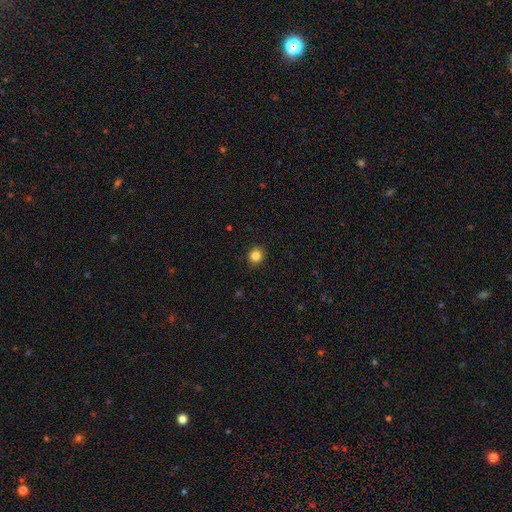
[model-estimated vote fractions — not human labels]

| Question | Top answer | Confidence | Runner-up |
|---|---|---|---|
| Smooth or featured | smooth | 85% | star or artifact (11%) |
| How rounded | round | 87% | in between (12%) |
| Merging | none | 92% | minor disturbance (6%) |